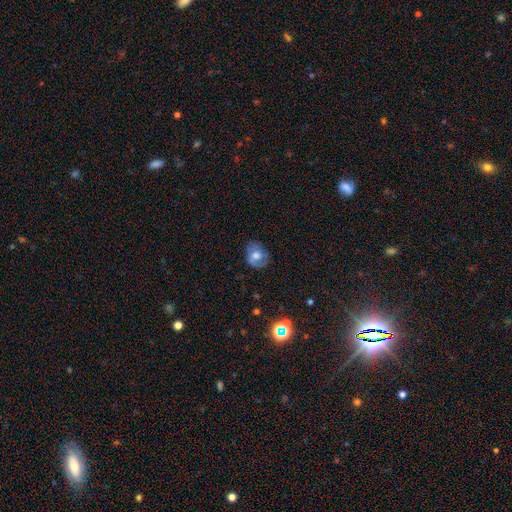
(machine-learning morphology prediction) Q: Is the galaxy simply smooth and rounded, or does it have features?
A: smooth — 52%.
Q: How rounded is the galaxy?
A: round — 54%.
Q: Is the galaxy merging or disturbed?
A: none — 65%.